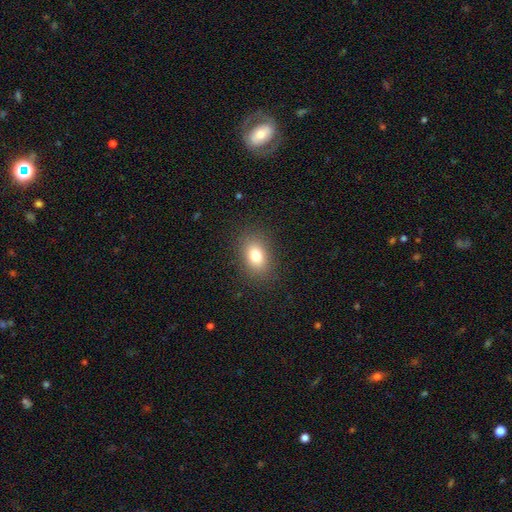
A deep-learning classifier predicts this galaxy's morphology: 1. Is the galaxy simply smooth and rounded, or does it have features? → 78% smooth, 11% star or artifact, 10% featured or disk.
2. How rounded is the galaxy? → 77% in between, 22% round, 2% cigar-shaped.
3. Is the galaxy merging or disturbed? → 86% none, 9% minor disturbance, 3% major disturbance, 1% merger.